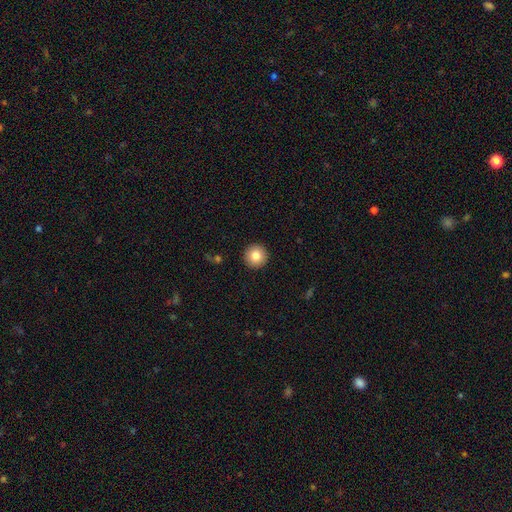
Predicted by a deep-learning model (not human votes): Smooth or featured: smooth — 83% (star or artifact — 9%)
How rounded: round — 96% (in between — 3%)
Merging: none — 93% (minor disturbance — 4%)